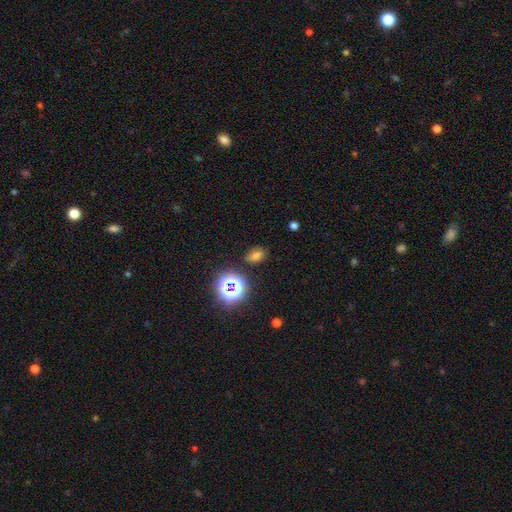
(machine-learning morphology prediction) This appears to be a smooth galaxy with no disk features (63%) that is in between round and cigar-shaped (77%). Merging: none (83%).